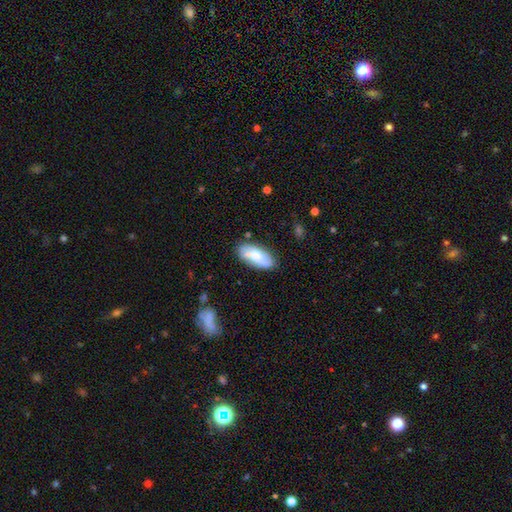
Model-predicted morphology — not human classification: type=smooth (56%); roundness=in between (89%); merging=none (79%).